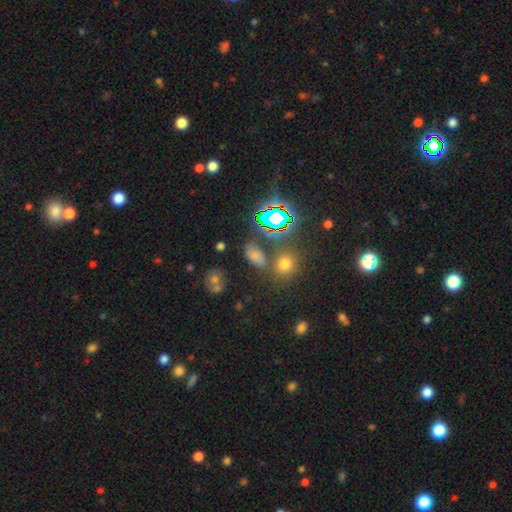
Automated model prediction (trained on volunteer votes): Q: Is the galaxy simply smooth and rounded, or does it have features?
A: smooth — 57%.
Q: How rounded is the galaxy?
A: in between — 82%.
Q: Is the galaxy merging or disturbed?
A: none — 69%.